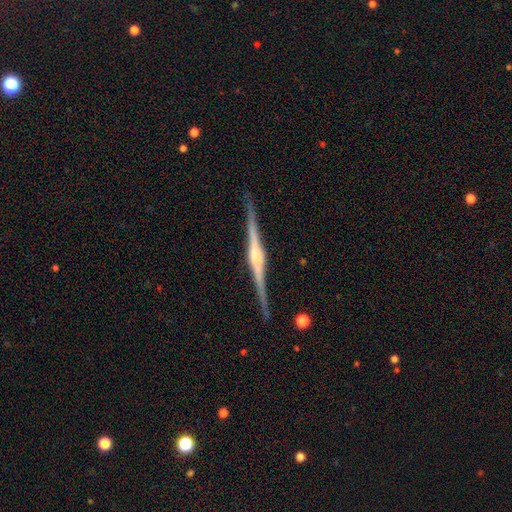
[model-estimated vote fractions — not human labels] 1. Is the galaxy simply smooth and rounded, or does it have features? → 87% featured or disk, 8% smooth, 5% star or artifact.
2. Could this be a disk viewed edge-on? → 98% yes, 2% no.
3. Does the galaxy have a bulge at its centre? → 76% rounded, 18% boxy, 6% none.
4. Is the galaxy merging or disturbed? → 87% none, 10% minor disturbance, 2% major disturbance, 1% merger.